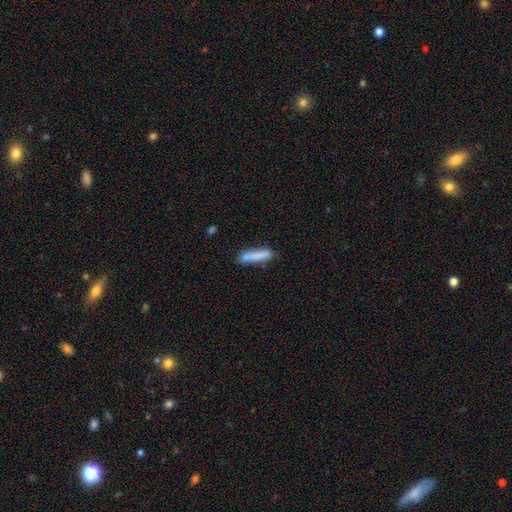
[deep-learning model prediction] Smooth or featured?
  - smooth: 80% *
  - featured or disk: 13%
  - star or artifact: 7%
How rounded?
  - cigar-shaped: 83% *
  - in between: 15%
  - round: 2%
Merging?
  - none: 69% *
  - minor disturbance: 18%
  - merger: 8%
  - major disturbance: 4%